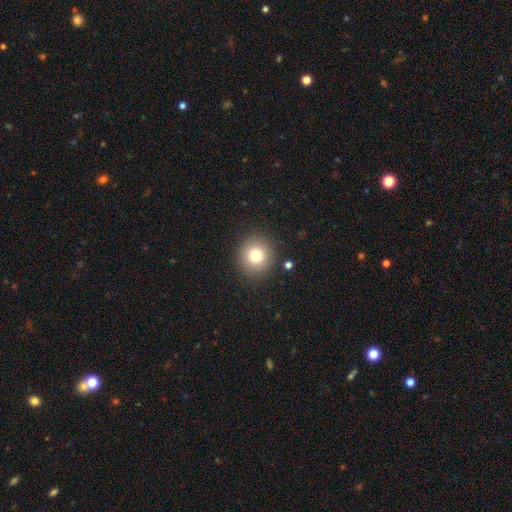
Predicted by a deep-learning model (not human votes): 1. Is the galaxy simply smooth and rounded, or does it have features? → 78% smooth, 12% star or artifact, 10% featured or disk.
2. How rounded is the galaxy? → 92% round, 7% in between, 1% cigar-shaped.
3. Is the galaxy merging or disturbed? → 89% none, 7% minor disturbance, 3% major disturbance, 2% merger.